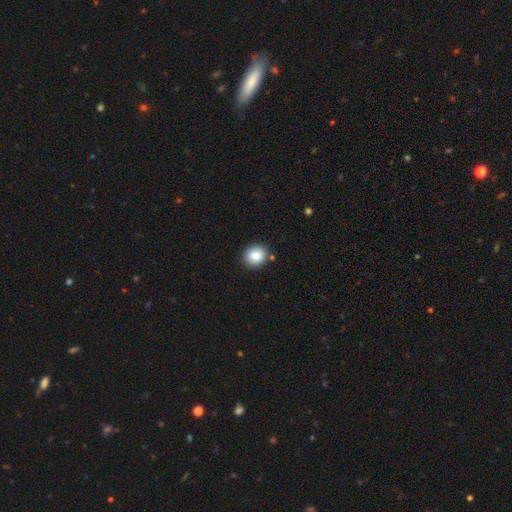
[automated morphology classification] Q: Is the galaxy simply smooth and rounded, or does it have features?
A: smooth — 85%.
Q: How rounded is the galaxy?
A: round — 80%.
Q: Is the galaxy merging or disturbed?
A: none — 86%.